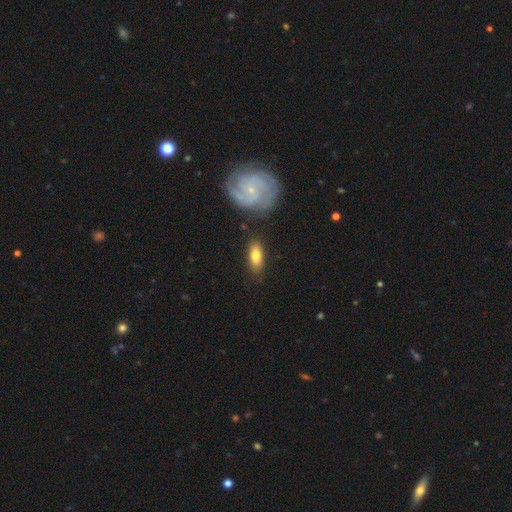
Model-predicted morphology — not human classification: Smooth or featured?
  - smooth: 75% *
  - featured or disk: 19%
  - star or artifact: 6%
How rounded?
  - in between: 81% *
  - cigar-shaped: 15%
  - round: 4%
Merging?
  - none: 79% *
  - minor disturbance: 14%
  - merger: 4%
  - major disturbance: 3%